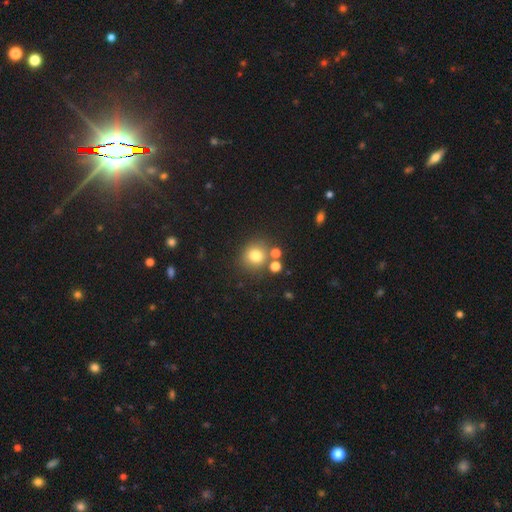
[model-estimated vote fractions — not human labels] Smooth or featured?
  - smooth: 76% *
  - star or artifact: 15%
  - featured or disk: 9%
How rounded?
  - round: 86% *
  - in between: 13%
  - cigar-shaped: 1%
Merging?
  - none: 72% *
  - merger: 14%
  - minor disturbance: 10%
  - major disturbance: 4%